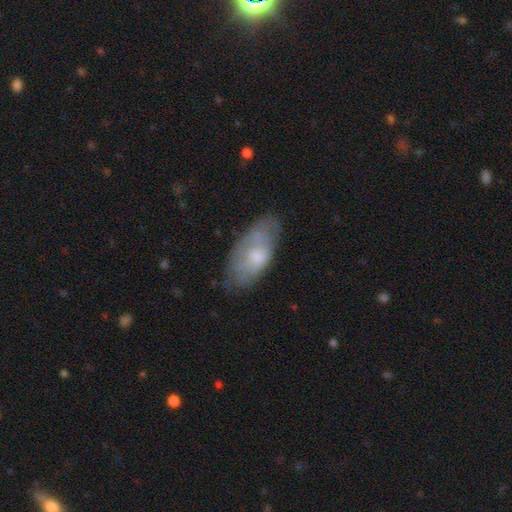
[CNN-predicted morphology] A smooth galaxy with no disk features (57%) that is in between round and cigar-shaped (90%).

Vote fractions:
- Smooth or featured? smooth: 57% / featured or disk: 36% / star or artifact: 7%
- How rounded? in between: 90% / cigar-shaped: 7% / round: 3%
- Merging? none: 61% / minor disturbance: 28% / major disturbance: 9% / merger: 2%